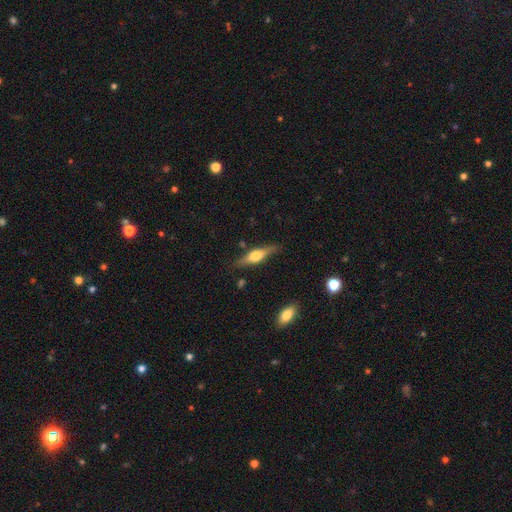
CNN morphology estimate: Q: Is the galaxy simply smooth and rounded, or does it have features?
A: featured or disk — 62%.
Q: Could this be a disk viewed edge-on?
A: yes — 95%.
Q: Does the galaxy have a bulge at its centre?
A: rounded — 92%.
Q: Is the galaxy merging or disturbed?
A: none — 82%.